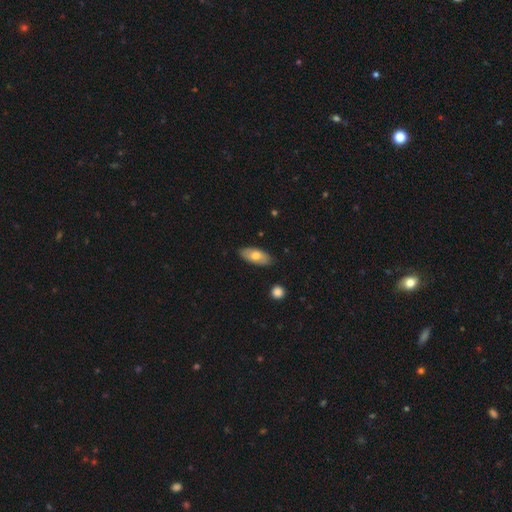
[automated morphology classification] Q: Smooth or featured?
A: smooth (67%); runner-up: featured or disk (27%)
Q: How rounded?
A: in between (90%); runner-up: cigar-shaped (7%)
Q: Merging?
A: none (85%); runner-up: minor disturbance (11%)